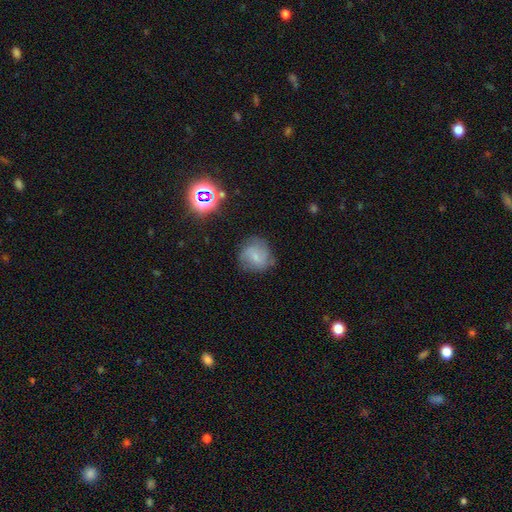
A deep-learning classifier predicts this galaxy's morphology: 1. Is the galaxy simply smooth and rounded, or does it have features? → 58% smooth, 30% featured or disk, 13% star or artifact.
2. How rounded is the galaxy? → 81% round, 18% in between, 1% cigar-shaped.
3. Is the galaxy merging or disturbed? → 66% none, 23% minor disturbance, 9% major disturbance, 3% merger.